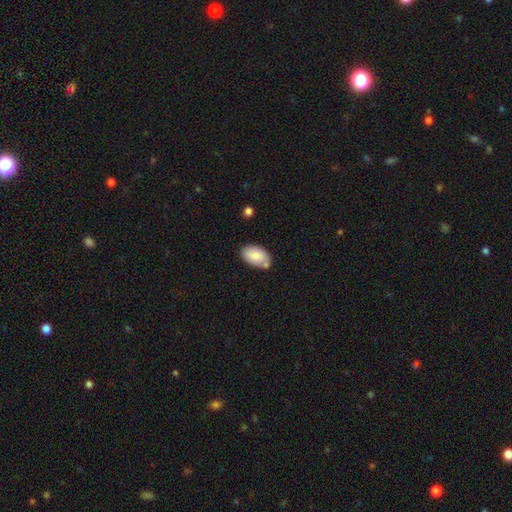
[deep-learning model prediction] A smooth galaxy with no disk features (82%) that is in between round and cigar-shaped (94%).

Vote fractions:
- Smooth or featured? smooth: 82% / featured or disk: 11% / star or artifact: 6%
- How rounded? in between: 94% / round: 5% / cigar-shaped: 1%
- Merging? none: 69% / minor disturbance: 19% / merger: 9% / major disturbance: 4%